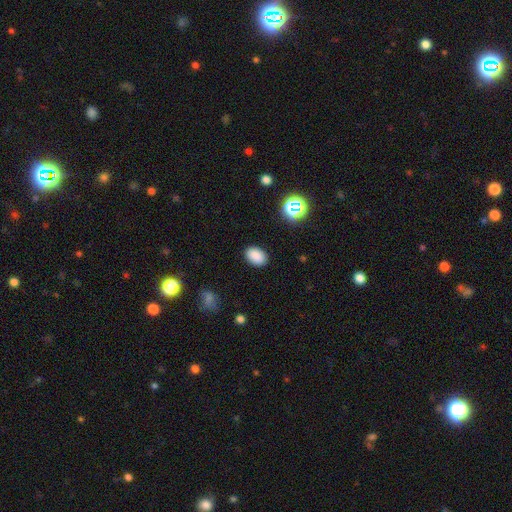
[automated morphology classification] smooth 85%, star or artifact 11%, featured or disk 4%. Down the decision tree: how rounded — in between (84%); merging — none (88%).